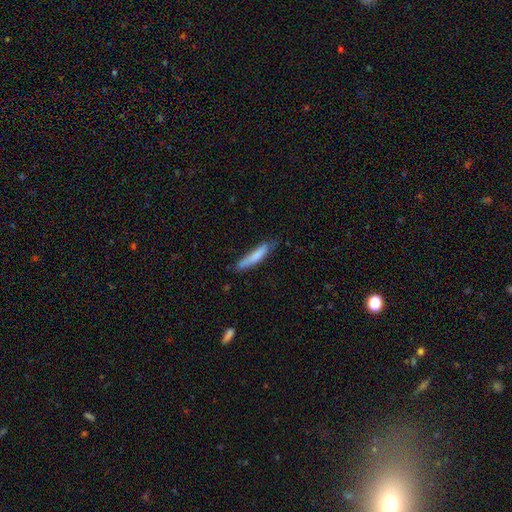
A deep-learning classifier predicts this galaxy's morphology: A smooth galaxy with no disk features (76%) that is cigar-shaped (89%). Merging: none (66%).